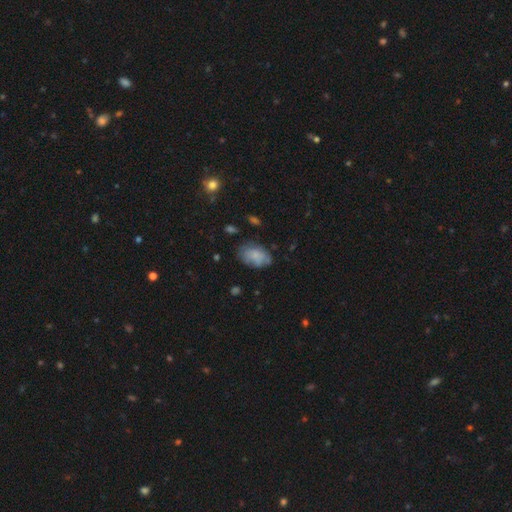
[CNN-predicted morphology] smooth_or_featured: smooth (p=0.72) [alt: featured or disk p=0.20]
how_rounded: in between (p=0.87) [alt: round p=0.11]
merging: none (p=0.62) [alt: minor disturbance p=0.26]